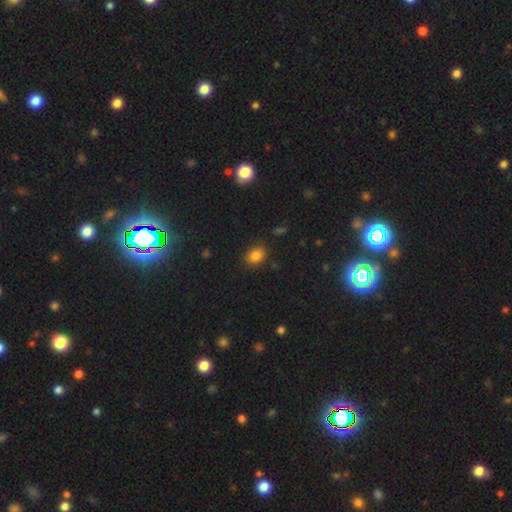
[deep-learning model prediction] Morphology: type=smooth (82%); roundness=in between (56%); merging=none (85%).